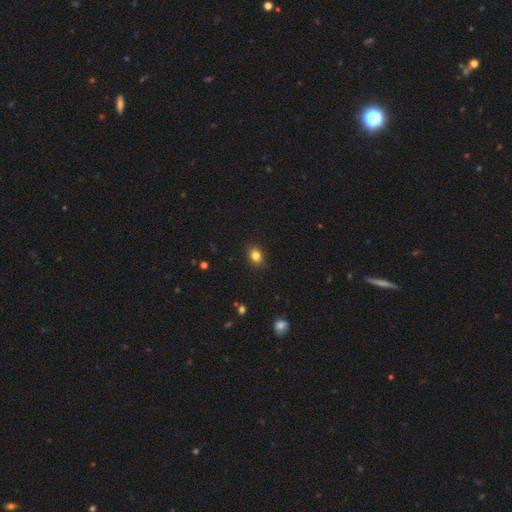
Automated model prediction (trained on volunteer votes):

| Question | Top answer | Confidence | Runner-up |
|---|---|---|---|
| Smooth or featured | smooth | 83% | star or artifact (11%) |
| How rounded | round | 50% | in between (49%) |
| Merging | none | 87% | minor disturbance (9%) |